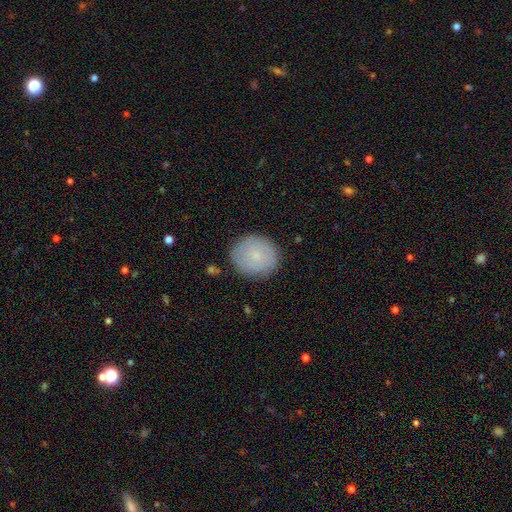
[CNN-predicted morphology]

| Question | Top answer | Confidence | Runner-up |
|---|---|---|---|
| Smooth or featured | smooth | 69% | featured or disk (24%) |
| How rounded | round | 79% | in between (20%) |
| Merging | none | 85% | minor disturbance (11%) |